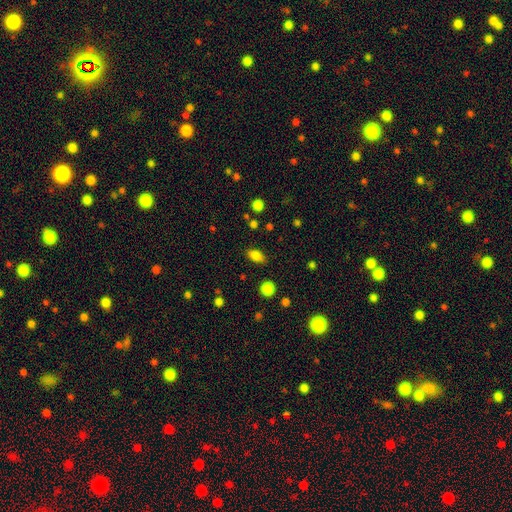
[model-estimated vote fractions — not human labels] Q: Smooth or featured?
A: smooth (83%); runner-up: star or artifact (10%)
Q: How rounded?
A: in between (86%); runner-up: round (9%)
Q: Merging?
A: none (85%); runner-up: minor disturbance (10%)